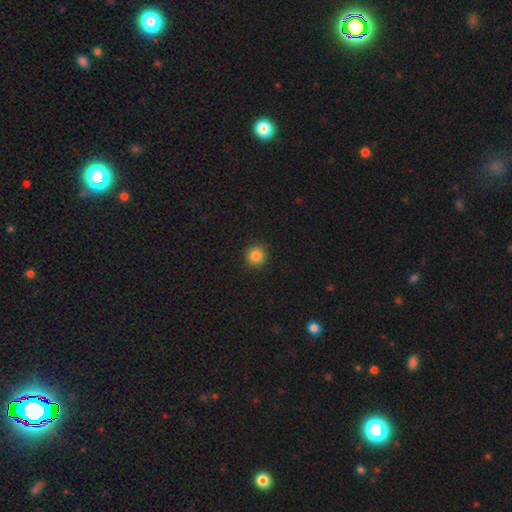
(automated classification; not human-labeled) Morphology: type=smooth (85%); roundness=round (93%); merging=none (92%).